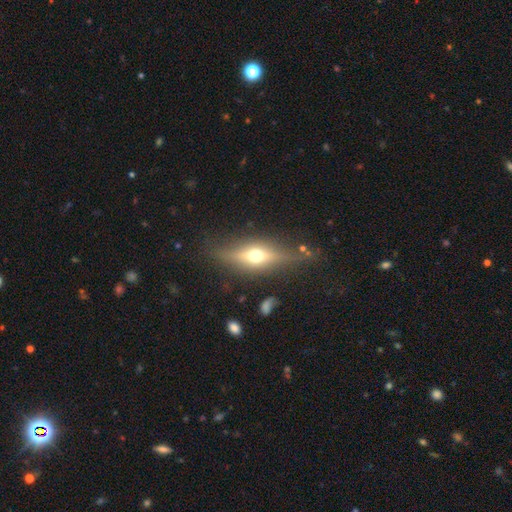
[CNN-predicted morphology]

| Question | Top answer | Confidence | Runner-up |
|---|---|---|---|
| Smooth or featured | featured or disk | 61% | smooth (30%) |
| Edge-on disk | yes | 90% | no (10%) |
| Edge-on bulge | rounded | 95% | boxy (3%) |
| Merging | none | 78% | minor disturbance (14%) |